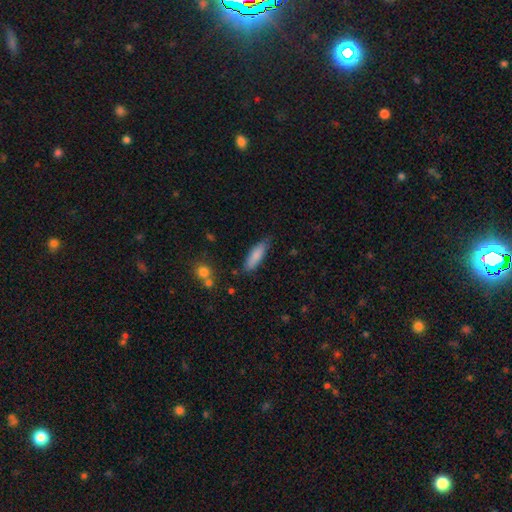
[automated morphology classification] smooth-or-featured: smooth: 83% | featured or disk: 11% | star or artifact: 6%
  how-rounded: cigar-shaped: 52% | in between: 46% | round: 2%
  merging: none: 76% | minor disturbance: 18% | major disturbance: 3% | merger: 2%